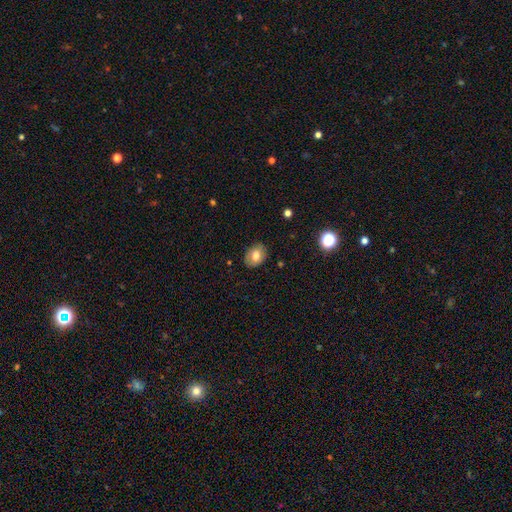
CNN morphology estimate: Smooth or featured? Predicted: smooth (p=0.71). How rounded? Predicted: in between (p=0.60). Merging? Predicted: none (p=0.85).